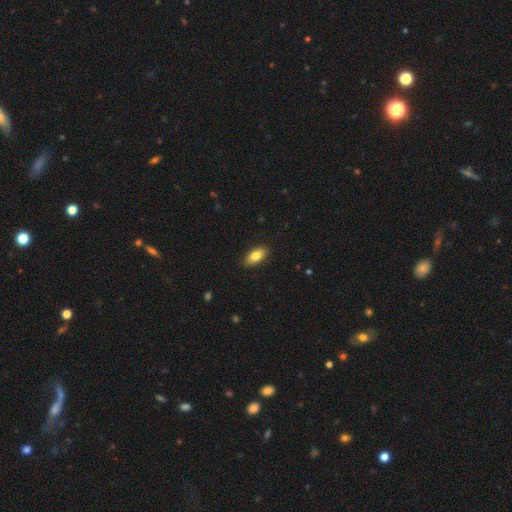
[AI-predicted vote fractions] A smooth galaxy with no disk features (81%) that is in between round and cigar-shaped (91%). Merging: none (89%).